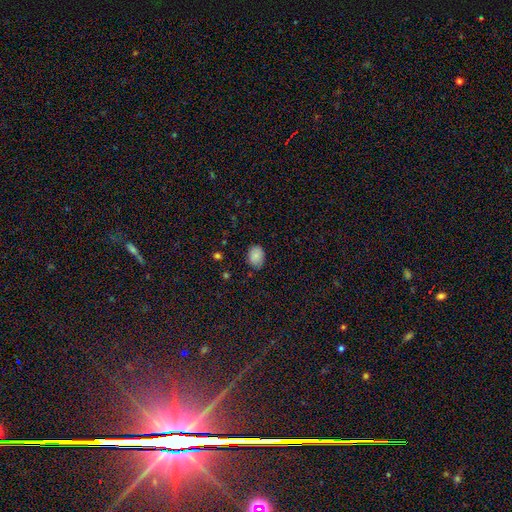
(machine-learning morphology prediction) A smooth galaxy with no disk features (85%) that is in between round and cigar-shaped (61%).

Vote fractions:
- Smooth or featured? smooth: 85% / star or artifact: 9% / featured or disk: 6%
- How rounded? in between: 61% / round: 38% / cigar-shaped: 1%
- Merging? none: 77% / minor disturbance: 19% / major disturbance: 3% / merger: 1%